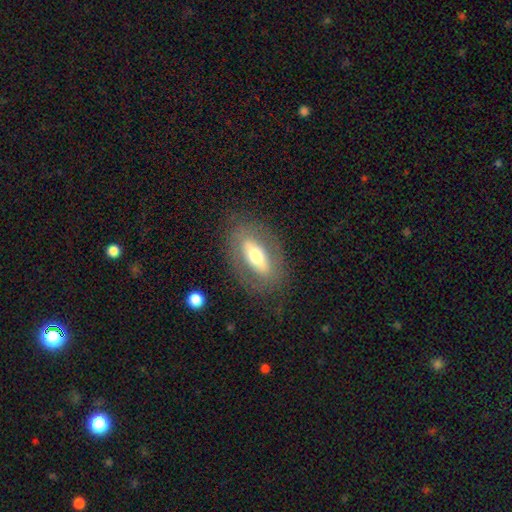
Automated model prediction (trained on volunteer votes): smooth_or_featured: featured or disk (p=0.48) [alt: smooth p=0.45]
merging: none (p=0.79) [alt: minor disturbance p=0.12]